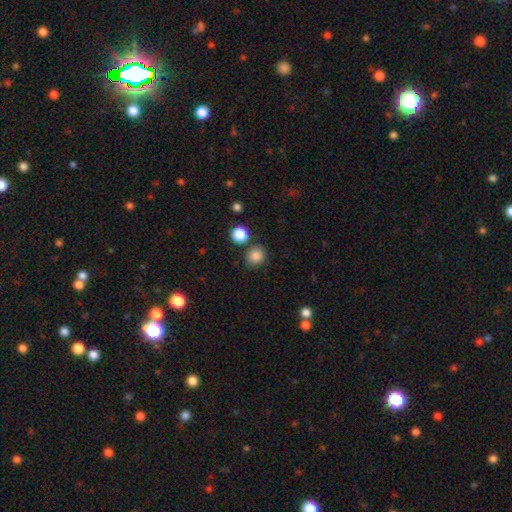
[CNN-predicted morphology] A smooth galaxy with no disk features (85%) that is round (86%). Merging: none (80%).